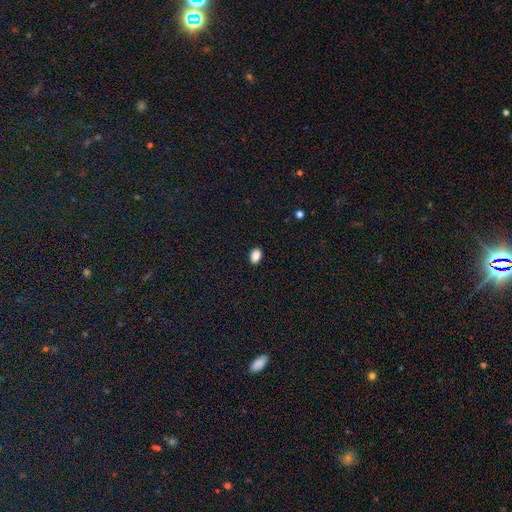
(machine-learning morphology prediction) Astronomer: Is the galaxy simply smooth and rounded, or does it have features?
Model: smooth — 88%.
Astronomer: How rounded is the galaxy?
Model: in between — 80%.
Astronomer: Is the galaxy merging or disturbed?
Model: none — 90%.